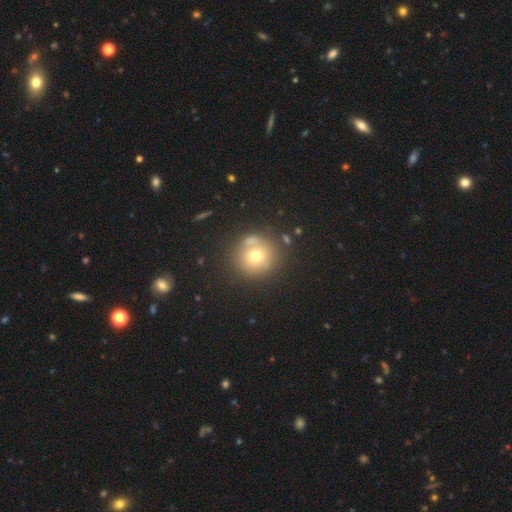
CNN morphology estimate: smooth-or-featured: smooth: 70% | featured or disk: 16% | star or artifact: 14%
  how-rounded: round: 92% | in between: 7% | cigar-shaped: 1%
  merging: none: 72% | merger: 12% | minor disturbance: 12% | major disturbance: 4%